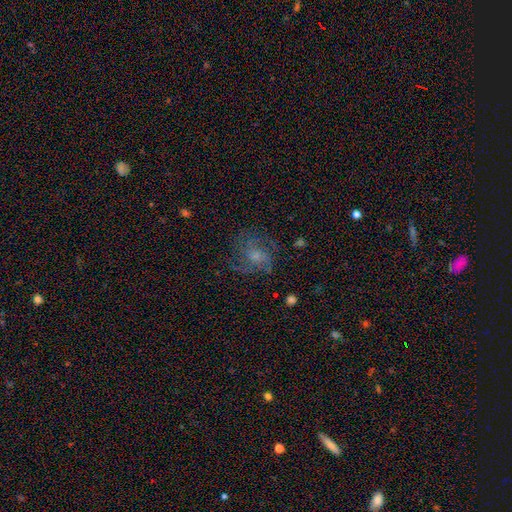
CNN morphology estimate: smooth_or_featured: featured or disk (p=0.56) [alt: smooth p=0.31]
disk_edge_on: no (p=0.97) [alt: yes p=0.03]
bar: no (p=0.71) [alt: weak p=0.26]
has_spiral_arms: yes (p=0.80) [alt: no p=0.20]
bulge_size: small (p=0.46) [alt: moderate p=0.34]
merging: none (p=0.62) [alt: minor disturbance p=0.19]